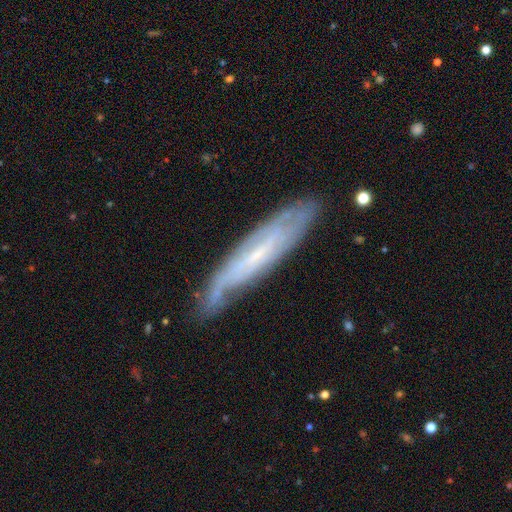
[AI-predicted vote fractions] smooth-or-featured: featured or disk: 68% | smooth: 24% | star or artifact: 7%
  disk-edge-on: no: 53% | yes: 47%
  merging: none: 74% | minor disturbance: 20% | major disturbance: 5% | merger: 2%